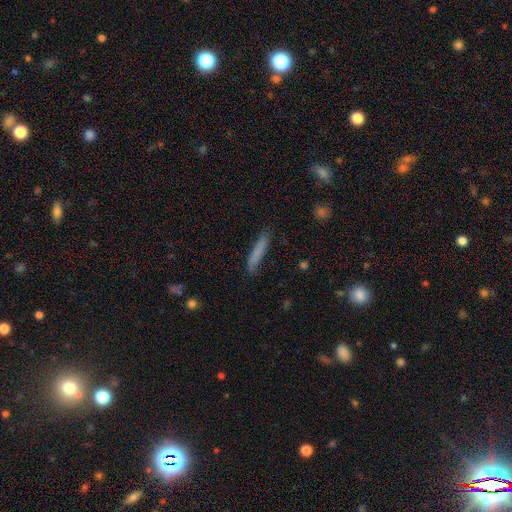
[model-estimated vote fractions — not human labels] Q: Smooth or featured?
A: smooth (74%); runner-up: featured or disk (18%)
Q: How rounded?
A: cigar-shaped (93%); runner-up: in between (6%)
Q: Merging?
A: none (82%); runner-up: minor disturbance (13%)